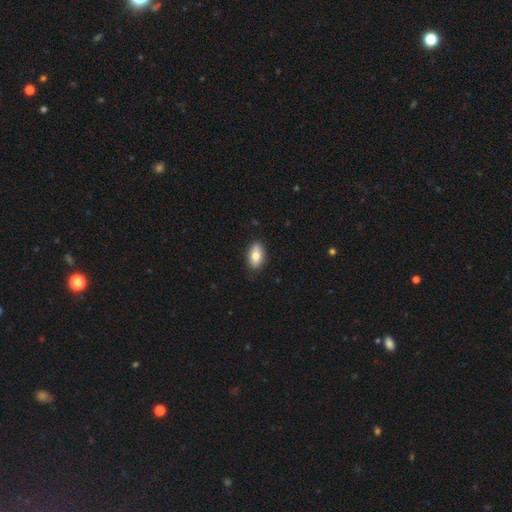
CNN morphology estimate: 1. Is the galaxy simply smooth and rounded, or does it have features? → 78% smooth, 15% featured or disk, 7% star or artifact.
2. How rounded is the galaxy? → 90% in between, 6% round, 4% cigar-shaped.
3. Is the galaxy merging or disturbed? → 87% none, 10% minor disturbance, 2% major disturbance, 1% merger.